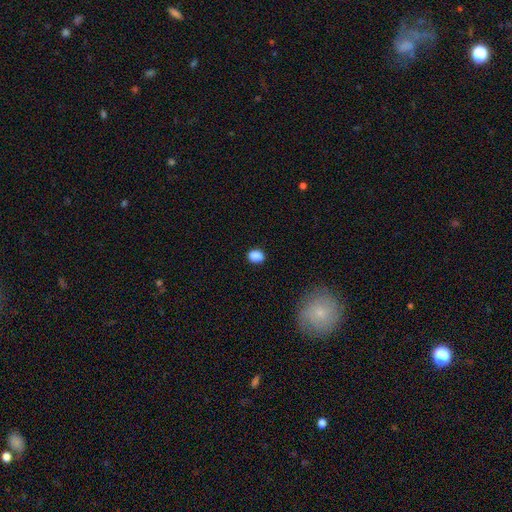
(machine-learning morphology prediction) This appears to be a smooth galaxy with no disk features (86%) that is in between round and cigar-shaped (62%). Merging: none (79%).